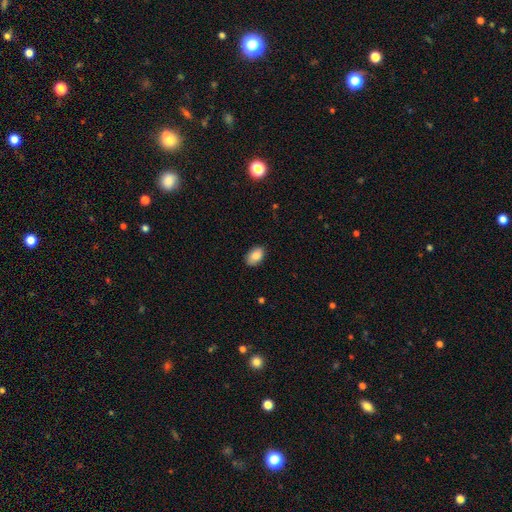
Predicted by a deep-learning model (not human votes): smooth-or-featured: smooth: 87% | star or artifact: 7% | featured or disk: 5%
  how-rounded: in between: 89% | round: 9% | cigar-shaped: 1%
  merging: none: 85% | minor disturbance: 12% | major disturbance: 2% | merger: 1%